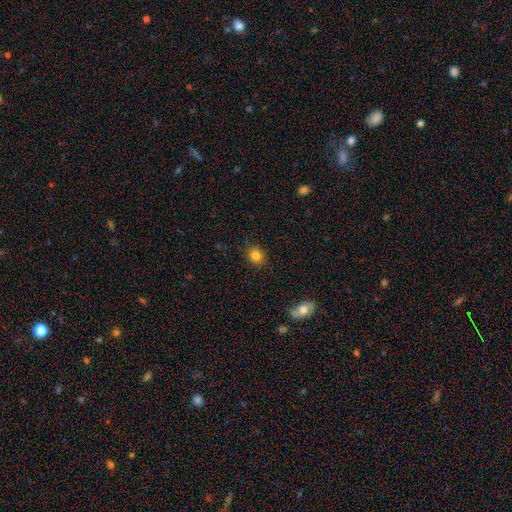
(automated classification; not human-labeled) A smooth galaxy with no disk features (82%) that is round (72%). Merging: none (87%).